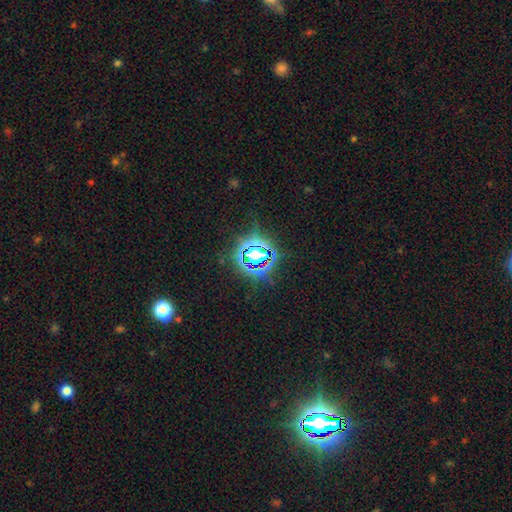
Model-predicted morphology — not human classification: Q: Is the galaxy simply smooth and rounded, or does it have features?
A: star or artifact — 73%.